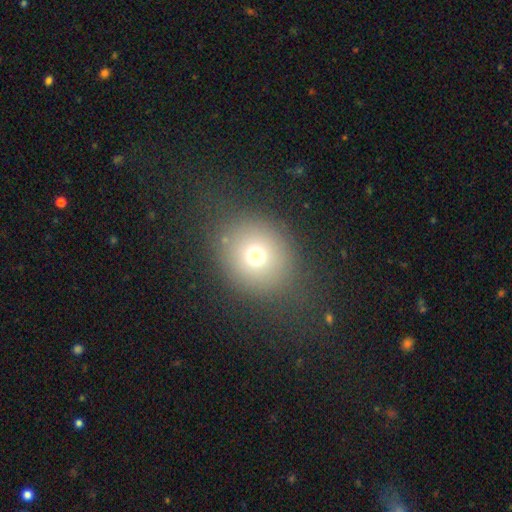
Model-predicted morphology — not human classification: type=smooth (70%); roundness=round (74%); merging=none (77%).